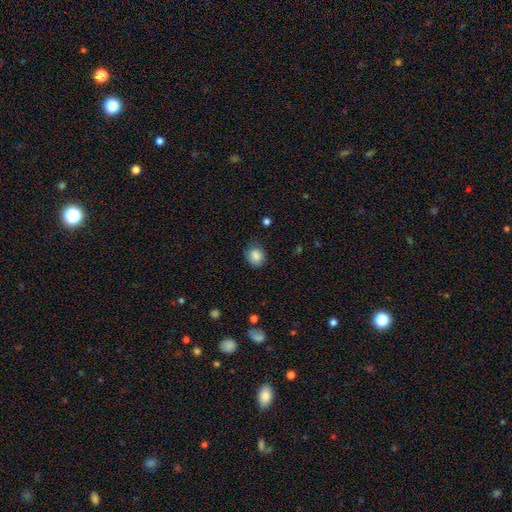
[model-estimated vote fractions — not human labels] This appears to be a smooth galaxy with no disk features (86%) that is round (73%). Merging: none (75%).